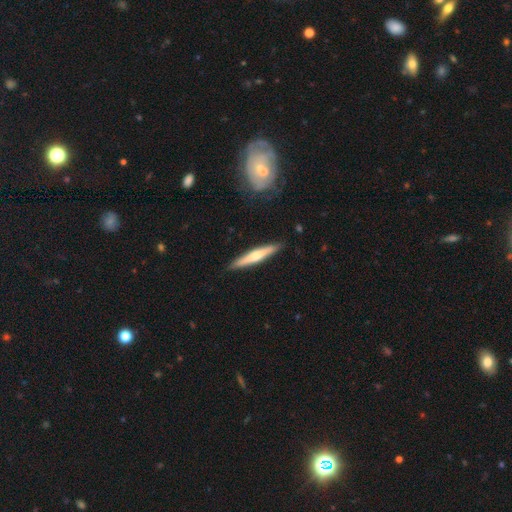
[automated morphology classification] A featured or disk galaxy (48%).

Vote fractions:
- Smooth or featured? featured or disk: 48% / smooth: 47% / star or artifact: 5%
- Merging? none: 89% / minor disturbance: 8% / major disturbance: 2% / merger: 1%